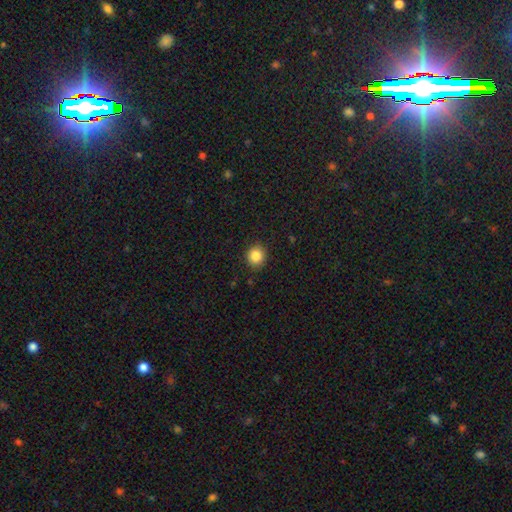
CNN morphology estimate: A smooth galaxy with no disk features (86%) that is round (88%). Merging: none (89%).